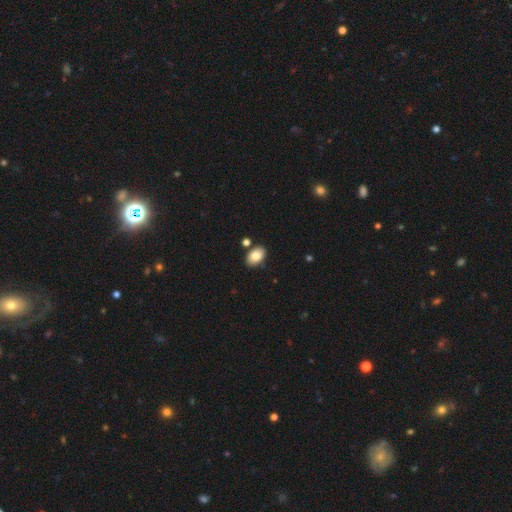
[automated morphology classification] Overall: smooth (84%). How rounded: in between (88%). Merging: none (81%).